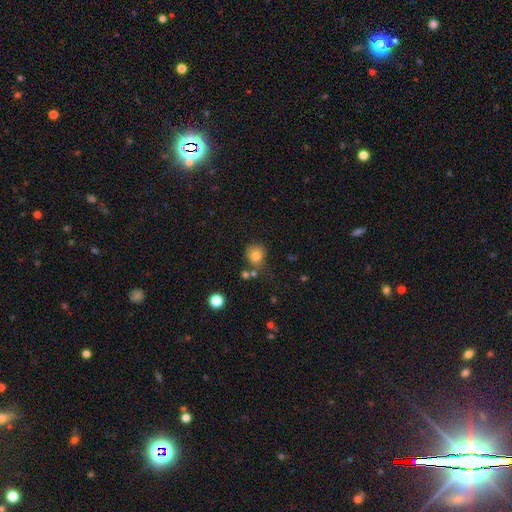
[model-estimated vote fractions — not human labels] Overall: smooth (80%). How rounded: round (84%). Merging: none (67%).